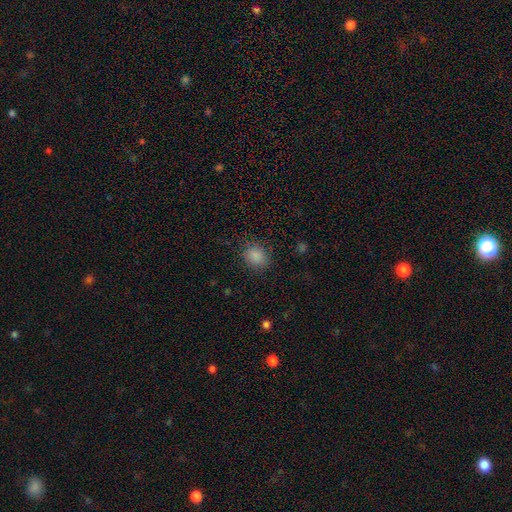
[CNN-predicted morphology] smooth-or-featured: smooth: 85% | star or artifact: 11% | featured or disk: 4%
  how-rounded: round: 61% | in between: 38% | cigar-shaped: 1%
  merging: none: 85% | minor disturbance: 10% | major disturbance: 3% | merger: 1%